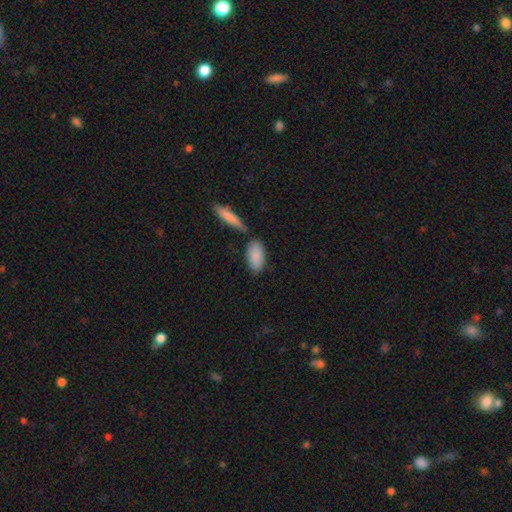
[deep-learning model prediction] Smooth or featured? Predicted: smooth (p=0.87). How rounded? Predicted: in between (p=0.87). Merging? Predicted: none (p=0.69).